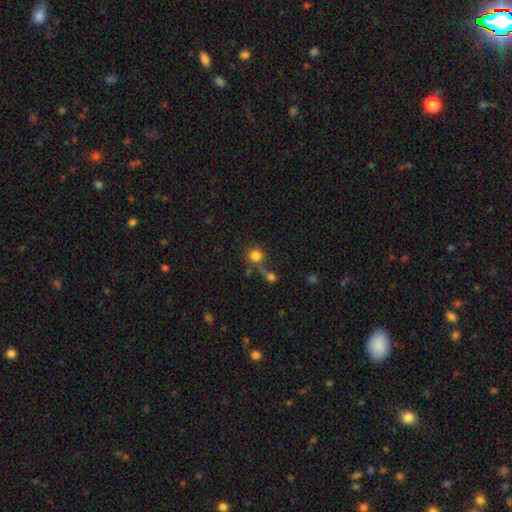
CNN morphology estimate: Smooth or featured: smooth — 81% (star or artifact — 11%)
How rounded: round — 89% (in between — 10%)
Merging: none — 50% (merger — 33%)